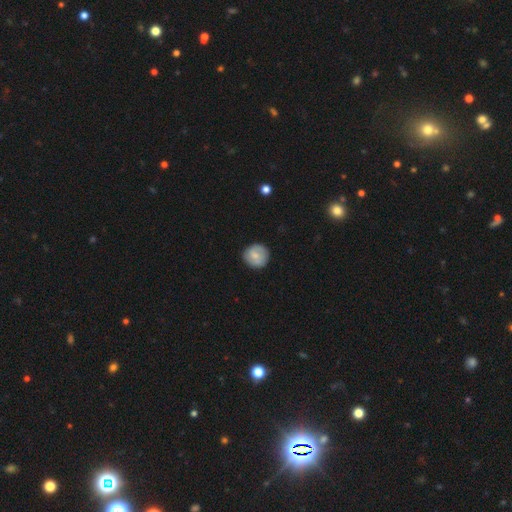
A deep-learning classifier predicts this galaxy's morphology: smooth 68%, featured or disk 25%, star or artifact 7%. Down the decision tree: how rounded — round (92%); merging — none (87%).